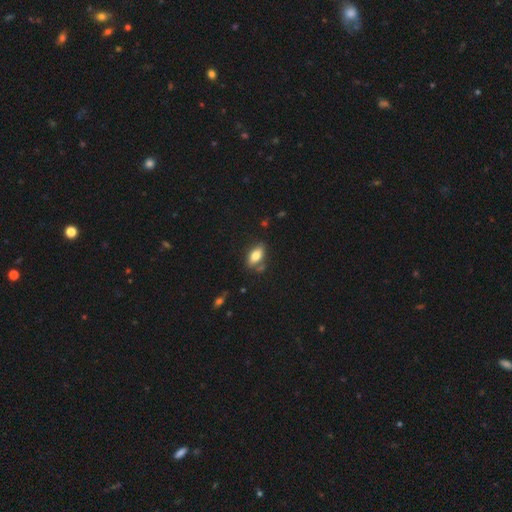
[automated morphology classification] smooth-or-featured: smooth: 77% | featured or disk: 15% | star or artifact: 8%
  how-rounded: in between: 88% | cigar-shaped: 8% | round: 4%
  merging: none: 73% | minor disturbance: 16% | merger: 7% | major disturbance: 4%